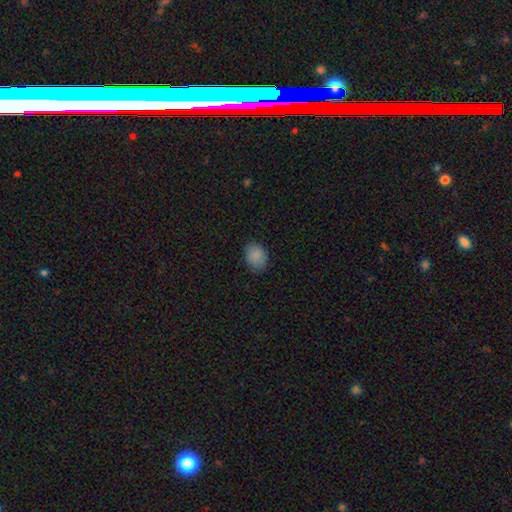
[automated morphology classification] Smooth or featured: smooth — 88% (star or artifact — 8%)
How rounded: in between — 57% (round — 42%)
Merging: none — 83% (minor disturbance — 13%)